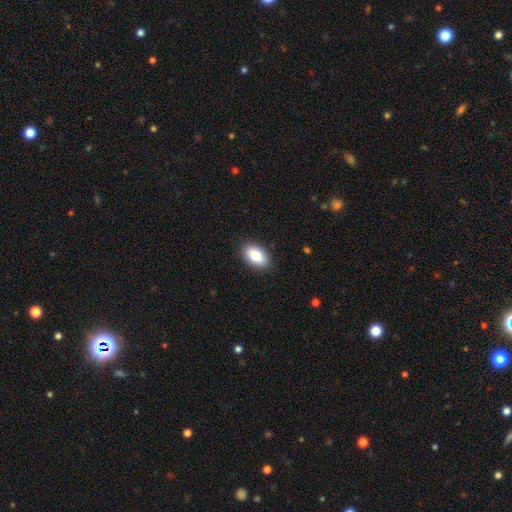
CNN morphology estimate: type=smooth (85%); roundness=in between (93%); merging=none (88%).